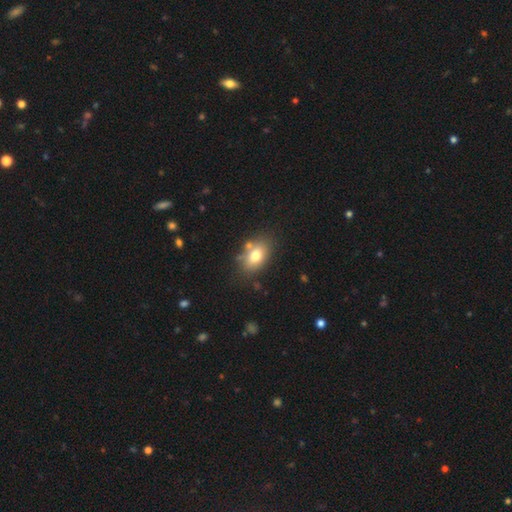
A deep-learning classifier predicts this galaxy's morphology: Smooth or featured: smooth — 75% (featured or disk — 16%)
How rounded: in between — 82% (round — 16%)
Merging: none — 72% (minor disturbance — 15%)